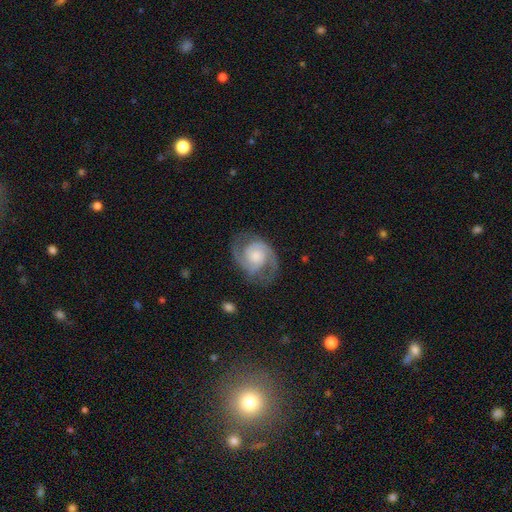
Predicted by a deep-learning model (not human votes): Smooth or featured? Predicted: featured or disk (p=0.89). Edge-on disk? Predicted: no (p=0.98). Bar? Predicted: no (p=0.67). Spiral arms? Predicted: yes (p=0.98). Spiral winding? Predicted: medium (p=0.51). Spiral arm count? Predicted: 2 (p=0.89). Bulge size? Predicted: moderate (p=0.35). Merging? Predicted: none (p=0.74).